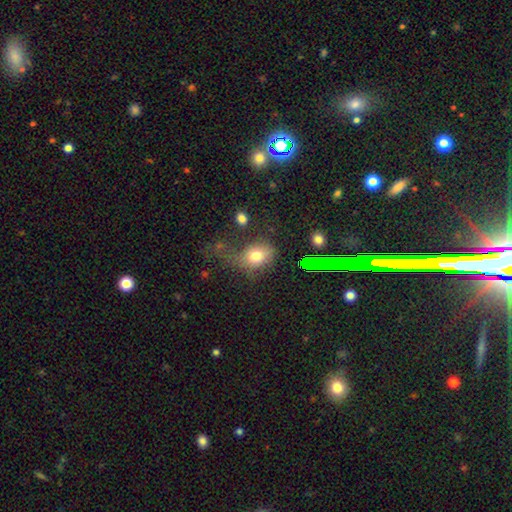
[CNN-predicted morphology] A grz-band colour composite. It shows a smooth galaxy with no disk features (74%) that is in between round and cigar-shaped (60%). Merging: none (38%).